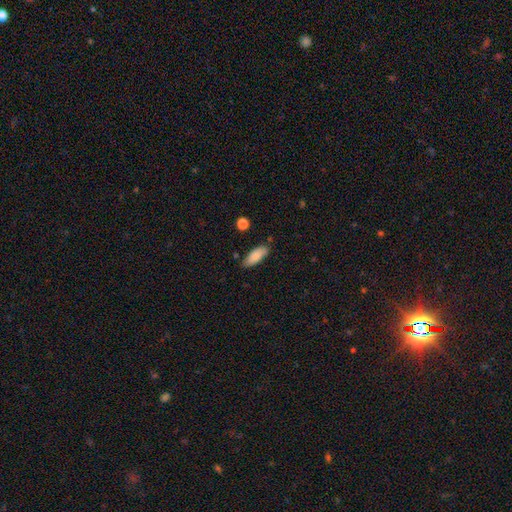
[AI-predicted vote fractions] Morphology: type=smooth (85%); roundness=in between (74%); merging=none (79%).